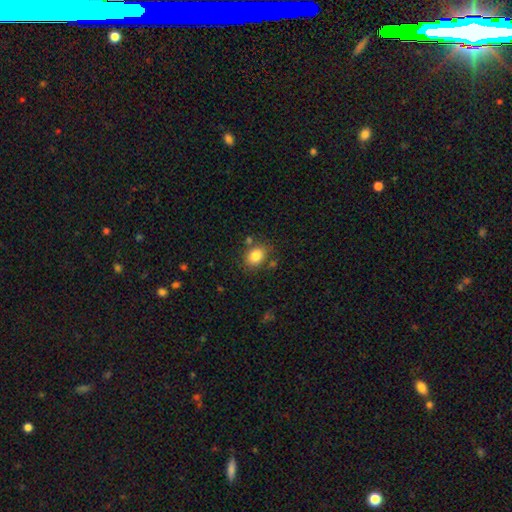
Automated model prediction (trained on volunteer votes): smooth 84%, star or artifact 9%, featured or disk 7%. Down the decision tree: how rounded — in between (60%); merging — none (76%).